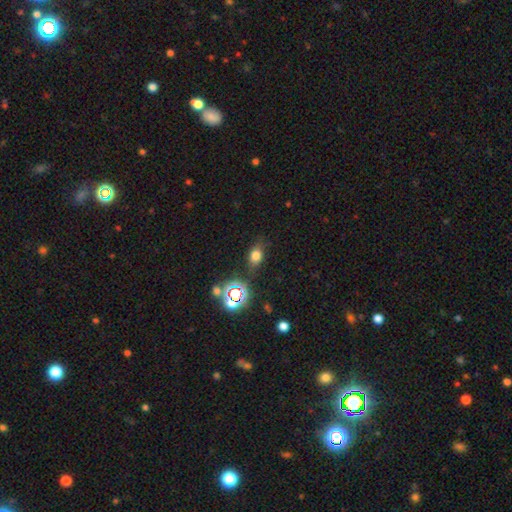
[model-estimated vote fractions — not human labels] A smooth galaxy with no disk features (70%) that is in between round and cigar-shaped (68%).

Vote fractions:
- Smooth or featured? smooth: 70% / star or artifact: 21% / featured or disk: 9%
- How rounded? in between: 68% / round: 29% / cigar-shaped: 3%
- Merging? none: 76% / minor disturbance: 16% / major disturbance: 5% / merger: 3%